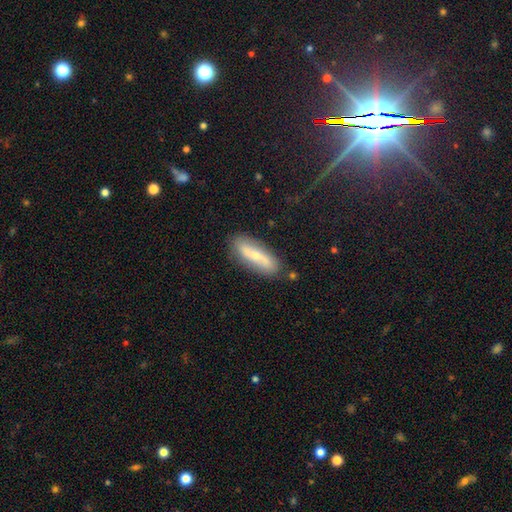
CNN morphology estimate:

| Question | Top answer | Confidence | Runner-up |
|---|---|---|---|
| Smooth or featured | featured or disk | 51% | smooth (42%) |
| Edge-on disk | no | 63% | yes (37%) |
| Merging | none | 82% | minor disturbance (12%) |